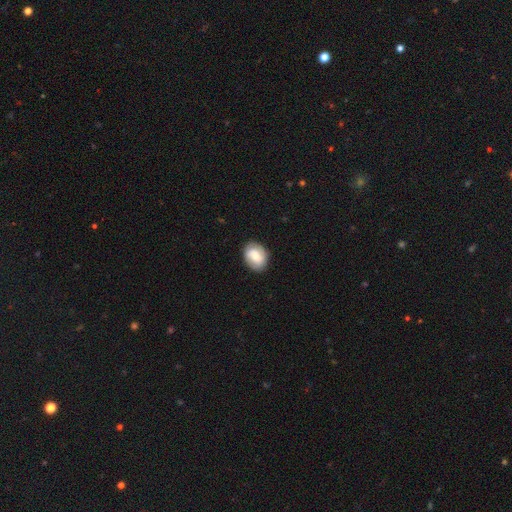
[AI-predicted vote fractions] Smooth or featured? Predicted: smooth (p=0.58). How rounded? Predicted: in between (p=0.63). Merging? Predicted: none (p=0.83).